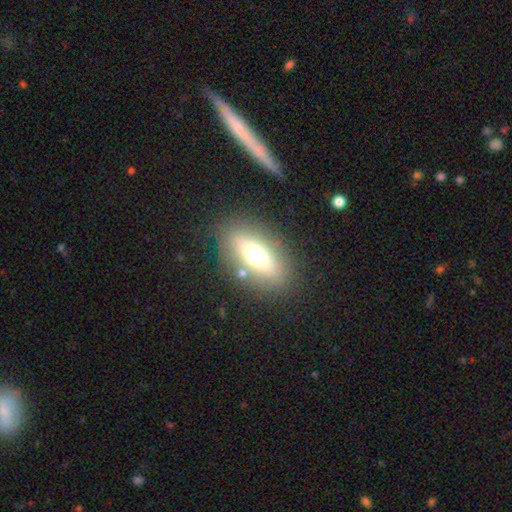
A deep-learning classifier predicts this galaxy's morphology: This appears to be a smooth galaxy with no disk features (56%) that is in between round and cigar-shaped (74%). Merging: none (82%).